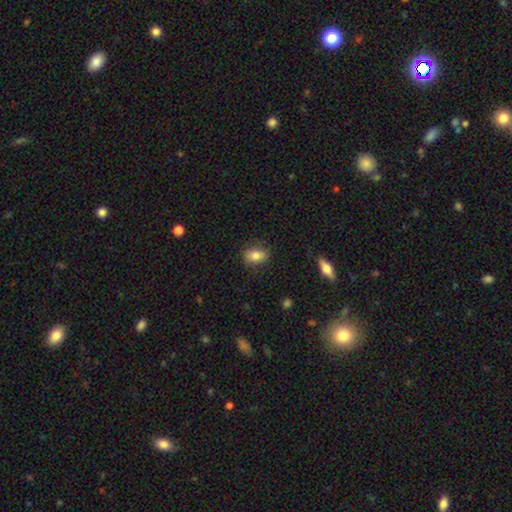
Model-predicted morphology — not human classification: smooth_or_featured: smooth (p=0.81) [alt: featured or disk p=0.10]
how_rounded: in between (p=0.80) [alt: round p=0.17]
merging: none (p=0.82) [alt: minor disturbance p=0.13]